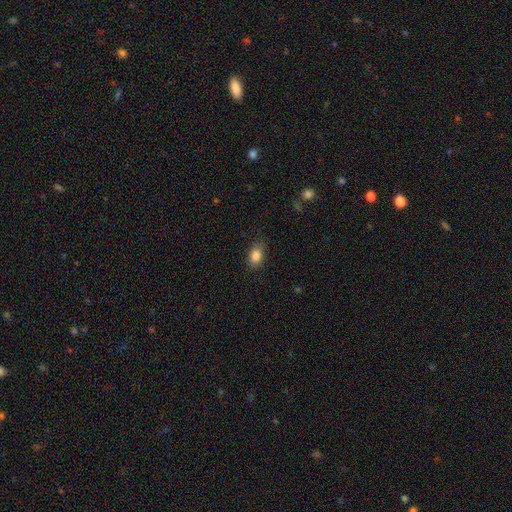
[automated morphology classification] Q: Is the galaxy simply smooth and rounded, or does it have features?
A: smooth — 85%.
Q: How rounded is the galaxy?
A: in between — 82%.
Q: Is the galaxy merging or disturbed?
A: none — 81%.